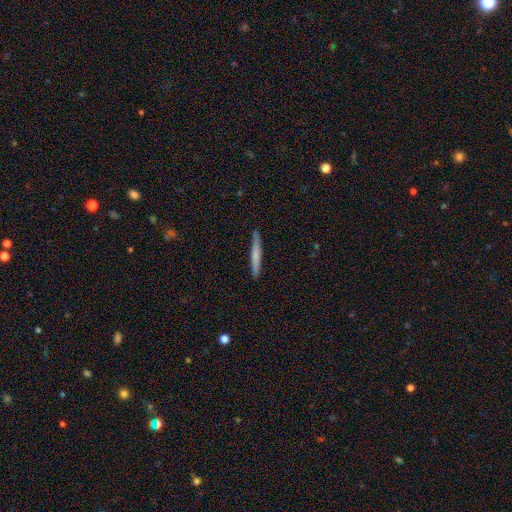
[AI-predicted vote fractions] smooth-or-featured: smooth: 63% | featured or disk: 32% | star or artifact: 5%
  how-rounded: cigar-shaped: 96% | in between: 3% | round: 1%
  merging: none: 88% | minor disturbance: 9% | major disturbance: 2% | merger: 1%